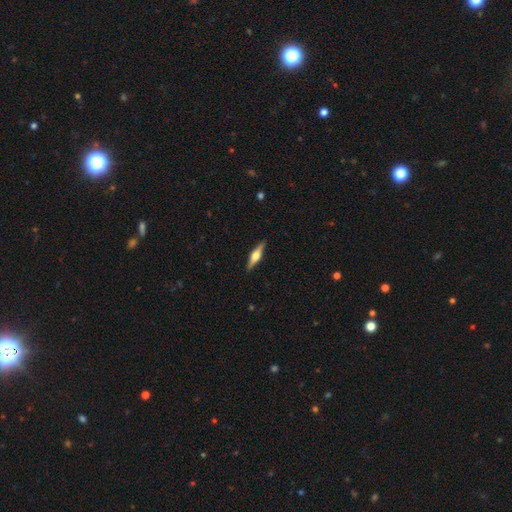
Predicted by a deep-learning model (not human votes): Morphology: type=featured or disk (65%); edge-on=yes (97%); edge-on bulge=rounded (92%); merging=none (90%).